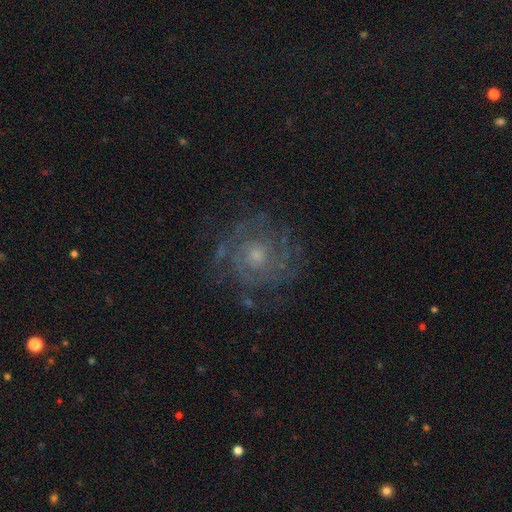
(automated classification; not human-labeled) featured or disk 74%, smooth 15%, star or artifact 10%. Down the decision tree: edge-on disk — no (97%); bar — no (80%); spiral arms — yes (84%); spiral arm count — can't tell (45%); spiral winding — tight (63%); bulge size — small (49%); merging — none (74%).